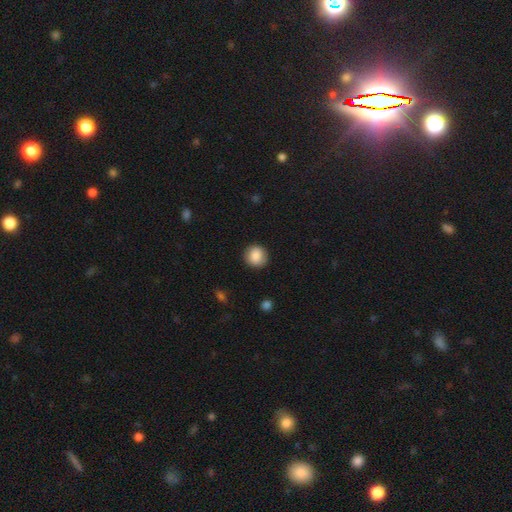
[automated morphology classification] A smooth galaxy with no disk features (86%) that is round (89%). Merging: none (88%).